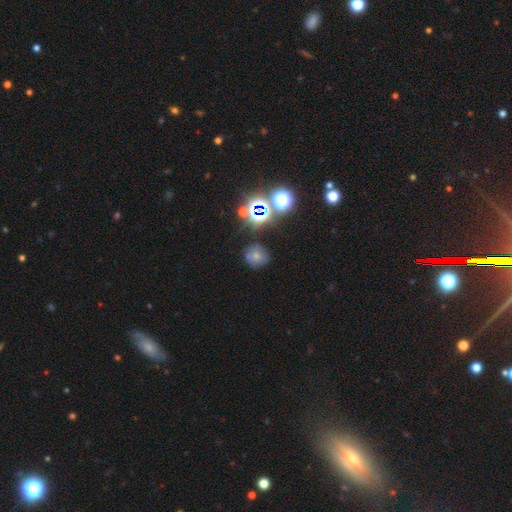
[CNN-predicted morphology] A smooth galaxy with no disk features (57%) that is round (85%). Merging: none (67%).